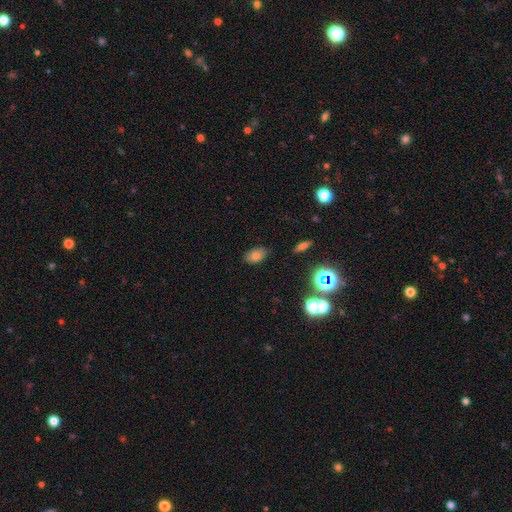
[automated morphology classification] Overall: smooth (72%). How rounded: in between (87%). Merging: none (82%).